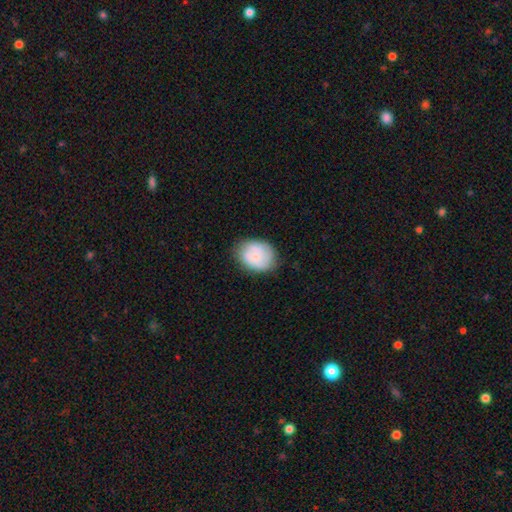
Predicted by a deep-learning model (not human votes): A smooth galaxy with no disk features (66%) that is in between round and cigar-shaped (52%). Merging: none (73%).